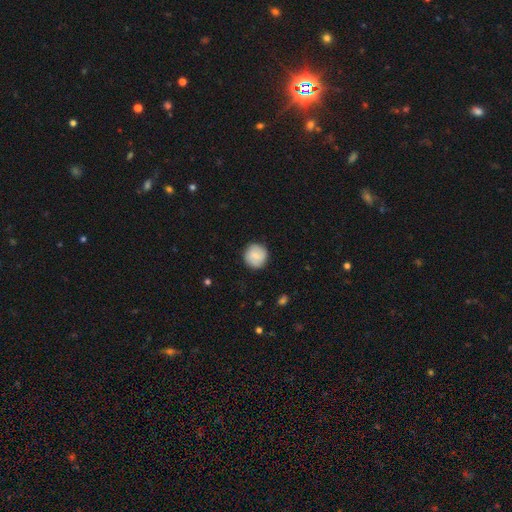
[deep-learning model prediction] smooth-or-featured: smooth: 77% | featured or disk: 16% | star or artifact: 7%
  how-rounded: round: 94% | in between: 5% | cigar-shaped: 1%
  merging: none: 88% | minor disturbance: 9% | major disturbance: 2% | merger: 1%